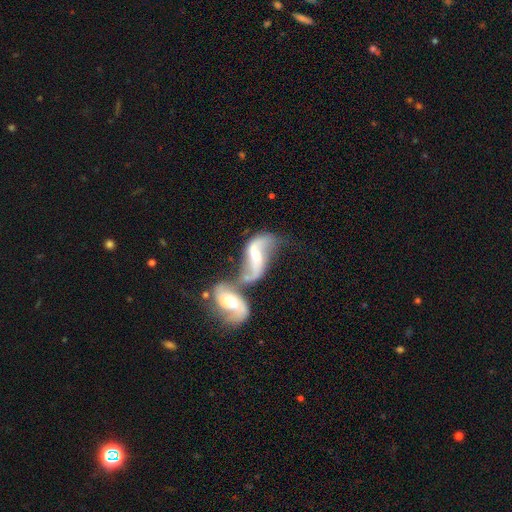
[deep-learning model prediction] Smooth or featured? Predicted: featured or disk (p=0.83). Edge-on disk? Predicted: no (p=0.95). Bar? Predicted: weak (p=0.43). Spiral arms? Predicted: yes (p=0.92). Spiral winding? Predicted: loose (p=0.81). Spiral arm count? Predicted: 2 (p=0.88). Bulge size? Predicted: moderate (p=0.52). Merging? Predicted: merger (p=0.67).